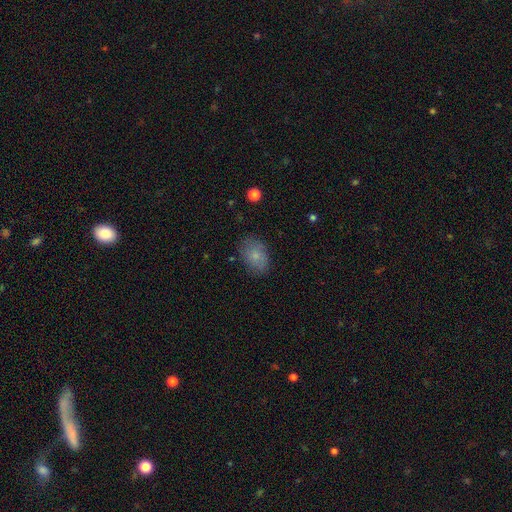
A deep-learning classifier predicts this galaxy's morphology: The model was most divided on "merging": none: 76%, minor disturbance: 18%, major disturbance: 5%, merger: 1%. More confident: how rounded — in between (82%); smooth or featured — smooth (78%).